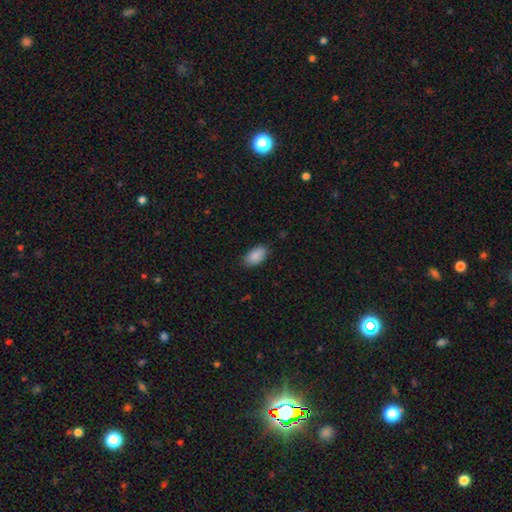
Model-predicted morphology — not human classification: type=smooth (89%); roundness=in between (94%); merging=none (85%).